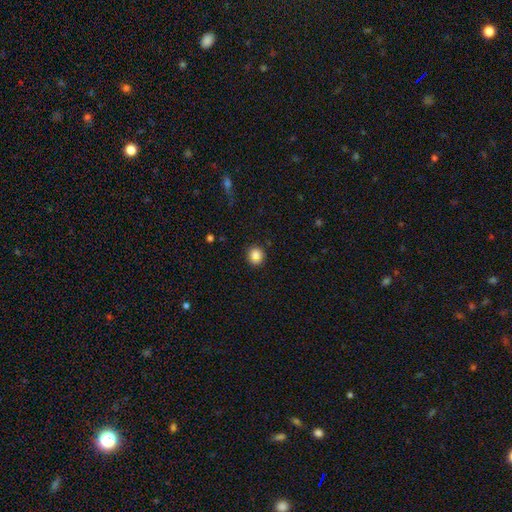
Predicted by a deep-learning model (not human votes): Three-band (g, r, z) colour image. It shows a smooth galaxy with no disk features (79%) that is round (88%). Merging: none (73%).